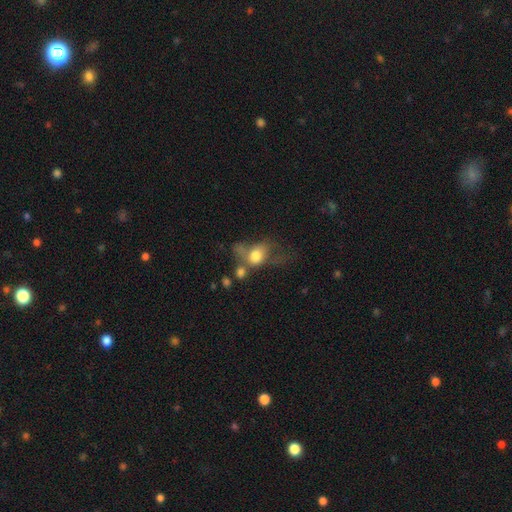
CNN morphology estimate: Smooth or featured?
  - smooth: 67% *
  - featured or disk: 23%
  - star or artifact: 10%
How rounded?
  - in between: 58% *
  - round: 40%
  - cigar-shaped: 2%
Merging?
  - major disturbance: 38% *
  - merger: 27%
  - none: 19%
  - minor disturbance: 16%